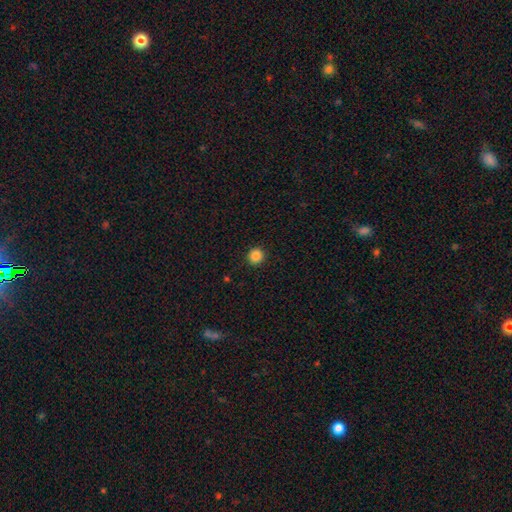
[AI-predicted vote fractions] Q: Smooth or featured?
A: smooth (86%); runner-up: star or artifact (11%)
Q: How rounded?
A: round (93%); runner-up: in between (6%)
Q: Merging?
A: none (93%); runner-up: minor disturbance (5%)